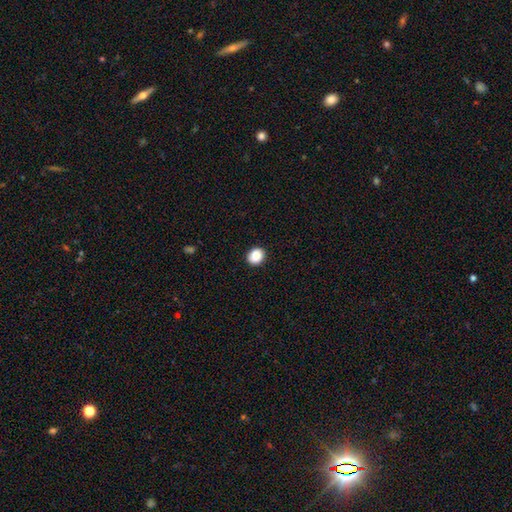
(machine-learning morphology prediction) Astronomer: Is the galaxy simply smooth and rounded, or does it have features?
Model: smooth — 89%.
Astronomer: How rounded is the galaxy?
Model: round — 75%.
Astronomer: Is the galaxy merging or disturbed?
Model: none — 91%.